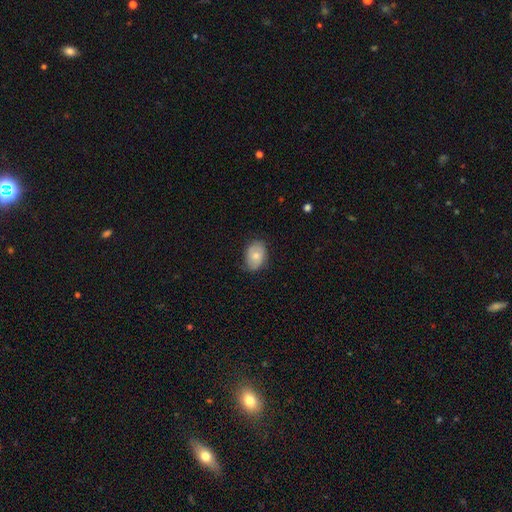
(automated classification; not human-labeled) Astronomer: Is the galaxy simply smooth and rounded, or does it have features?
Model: smooth — 67%.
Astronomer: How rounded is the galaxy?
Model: in between — 79%.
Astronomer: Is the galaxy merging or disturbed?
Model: none — 74%.